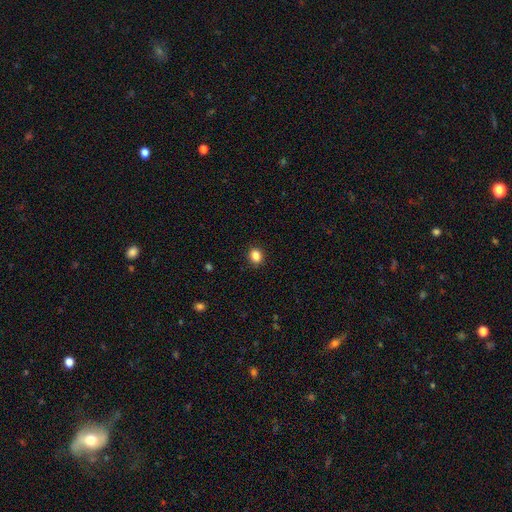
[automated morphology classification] Smooth or featured: smooth — 87% (star or artifact — 10%)
How rounded: in between — 50% (round — 49%)
Merging: none — 89% (minor disturbance — 8%)